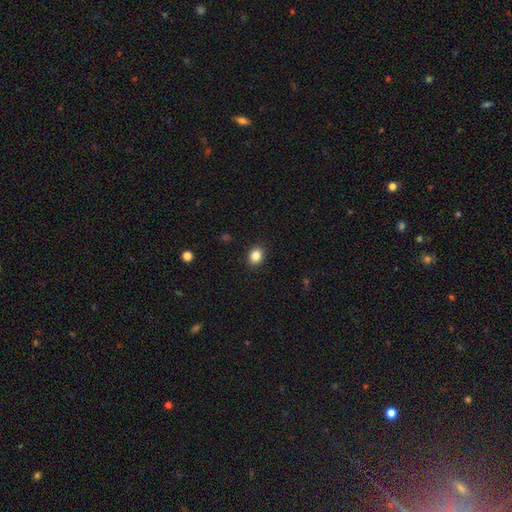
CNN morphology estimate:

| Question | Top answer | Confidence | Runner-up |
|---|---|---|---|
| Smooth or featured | smooth | 85% | star or artifact (10%) |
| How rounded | round | 51% | in between (48%) |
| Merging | none | 90% | minor disturbance (7%) |